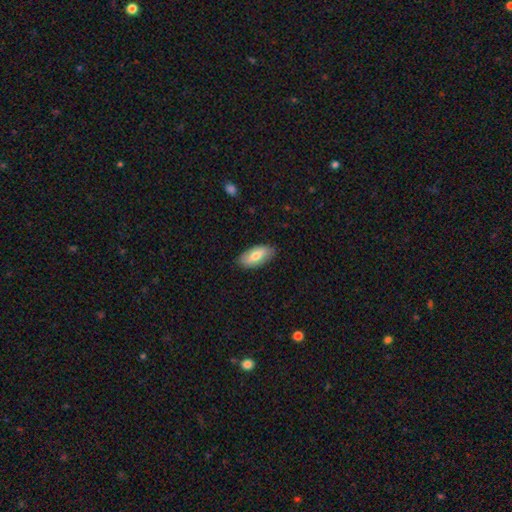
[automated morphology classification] smooth-or-featured: smooth: 71% | featured or disk: 23% | star or artifact: 6%
  how-rounded: in between: 91% | cigar-shaped: 6% | round: 2%
  merging: none: 84% | minor disturbance: 12% | major disturbance: 2% | merger: 1%